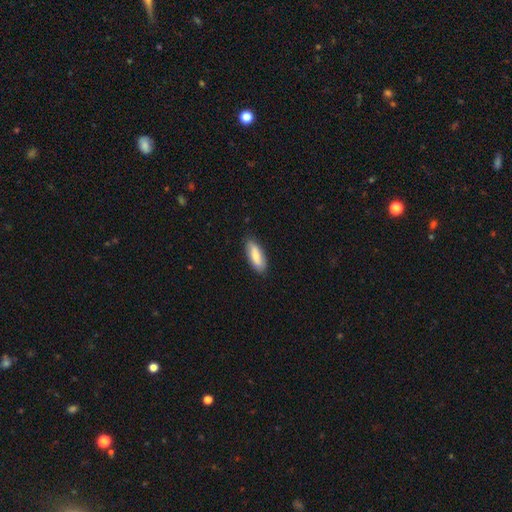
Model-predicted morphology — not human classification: type=smooth (78%); roundness=in between (71%); merging=none (84%).